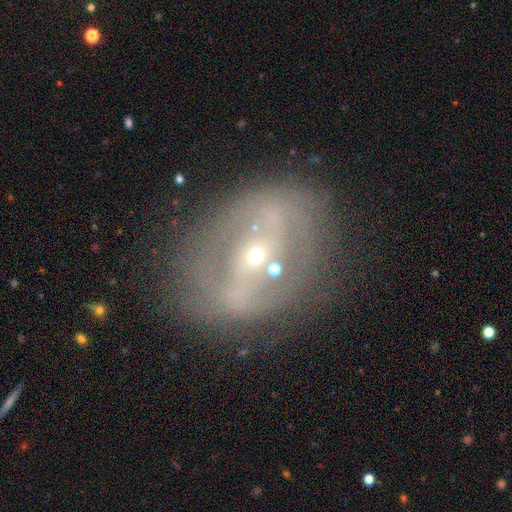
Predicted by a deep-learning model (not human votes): A featured or disk galaxy (77%) with a strong bar (45%), spiral arms (54%) and a small central bulge (71%).

Vote fractions:
- Smooth or featured? featured or disk: 77% / smooth: 14% / star or artifact: 9%
- Edge-on disk? no: 93% / yes: 7%
- Bar? strong: 45% / weak: 29% / no: 26%
- Spiral arms? yes: 54% / no: 46%
- Bulge size? small: 71% / moderate: 25% / large: 1% / none: 1% / dominant: 1%
- Merging? none: 70% / minor disturbance: 17% / major disturbance: 9% / merger: 4%